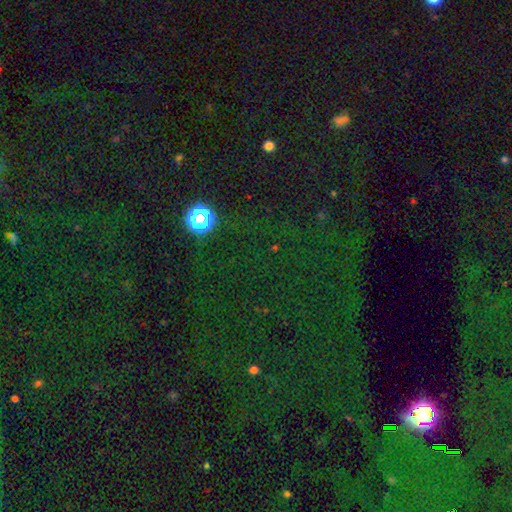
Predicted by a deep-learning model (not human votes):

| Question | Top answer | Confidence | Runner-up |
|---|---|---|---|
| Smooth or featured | star or artifact | 75% | smooth (17%) |